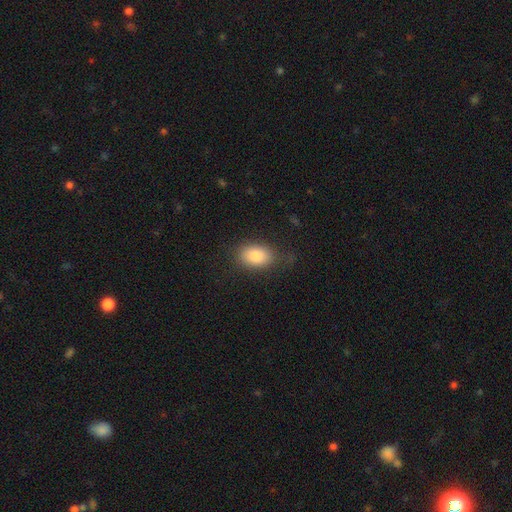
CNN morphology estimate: Q: Smooth or featured?
A: smooth (86%); runner-up: star or artifact (8%)
Q: How rounded?
A: in between (85%); runner-up: round (14%)
Q: Merging?
A: none (76%); runner-up: minor disturbance (17%)